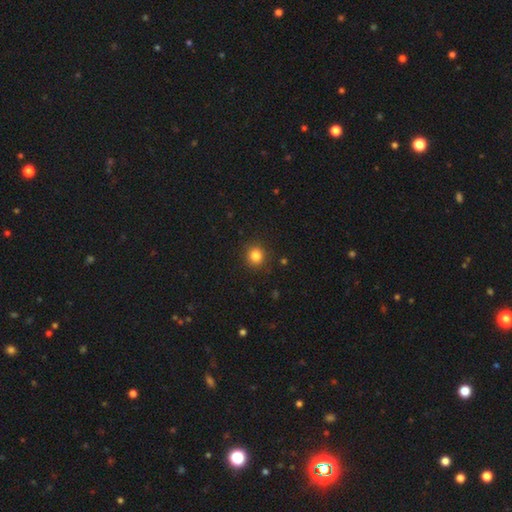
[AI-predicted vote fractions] The model was most divided on "smooth or featured": smooth: 84%, star or artifact: 12%, featured or disk: 5%. More confident: merging — none (90%); how rounded — round (89%).